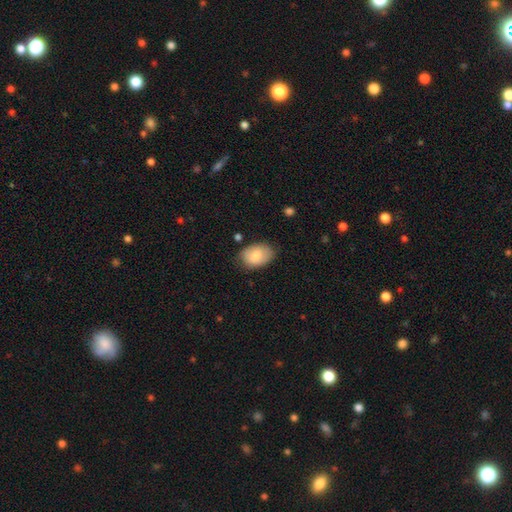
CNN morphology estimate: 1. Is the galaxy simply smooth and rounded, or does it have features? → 82% smooth, 12% featured or disk, 6% star or artifact.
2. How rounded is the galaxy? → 82% in between, 17% round, 1% cigar-shaped.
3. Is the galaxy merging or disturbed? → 73% none, 21% minor disturbance, 4% major disturbance, 2% merger.